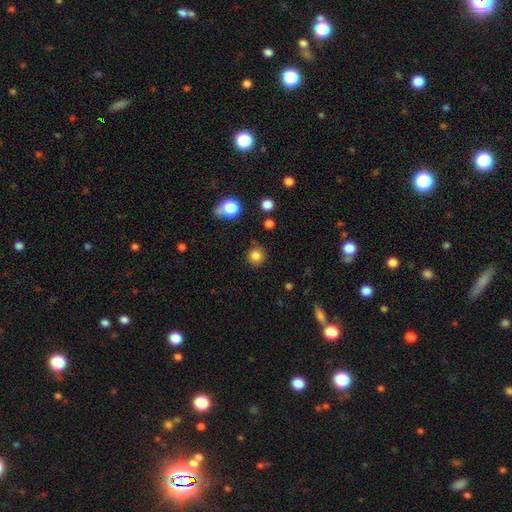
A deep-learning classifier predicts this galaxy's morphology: Overall: smooth (82%). How rounded: round (94%). Merging: none (88%).